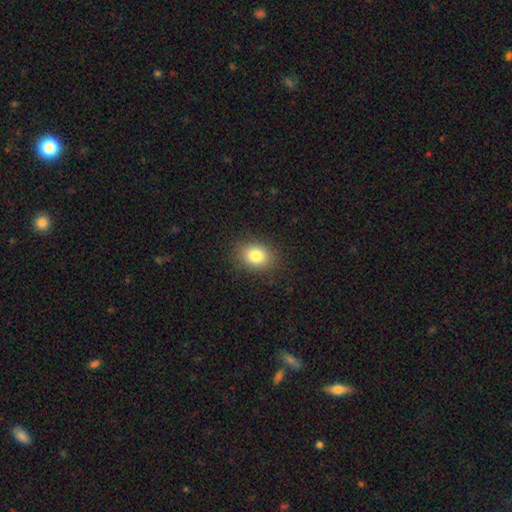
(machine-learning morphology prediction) Smooth or featured?
  - smooth: 81% *
  - star or artifact: 10%
  - featured or disk: 8%
How rounded?
  - in between: 60% *
  - round: 39%
  - cigar-shaped: 1%
Merging?
  - none: 87% *
  - minor disturbance: 9%
  - major disturbance: 3%
  - merger: 1%